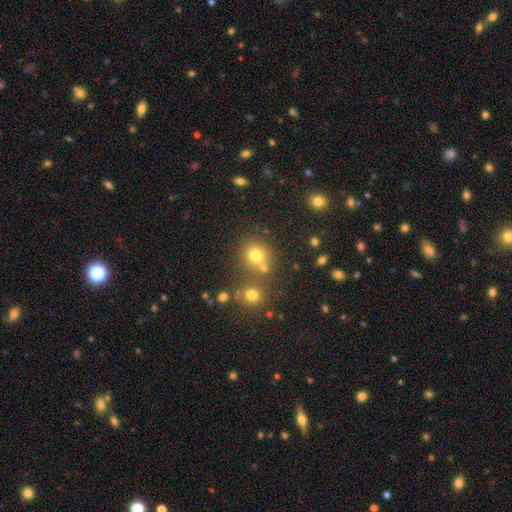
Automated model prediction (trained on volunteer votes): Smooth or featured?
  - smooth: 74% *
  - star or artifact: 17%
  - featured or disk: 9%
How rounded?
  - round: 86% *
  - in between: 13%
  - cigar-shaped: 1%
Merging?
  - none: 64% *
  - merger: 22%
  - minor disturbance: 9%
  - major disturbance: 4%